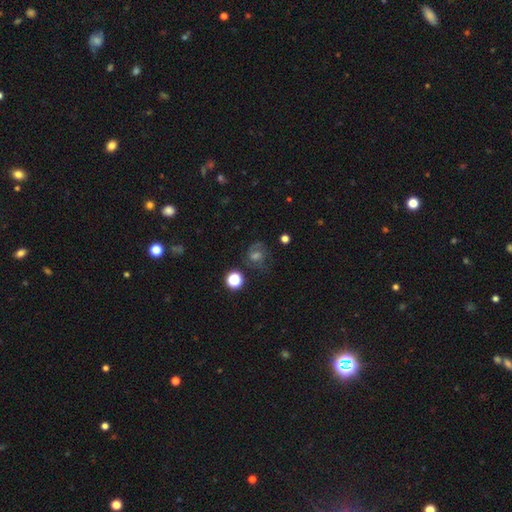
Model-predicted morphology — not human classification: smooth_or_featured: featured or disk (p=0.39) [alt: smooth p=0.32]
merging: none (p=0.66) [alt: minor disturbance p=0.18]